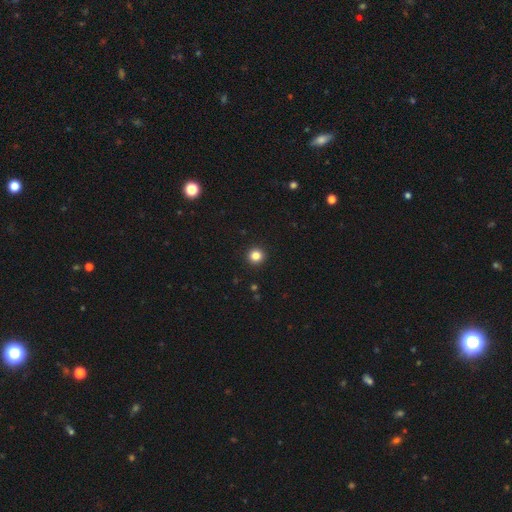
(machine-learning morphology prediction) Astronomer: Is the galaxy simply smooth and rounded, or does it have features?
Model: smooth — 83%.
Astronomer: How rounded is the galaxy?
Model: round — 96%.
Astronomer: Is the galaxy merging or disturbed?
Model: none — 94%.